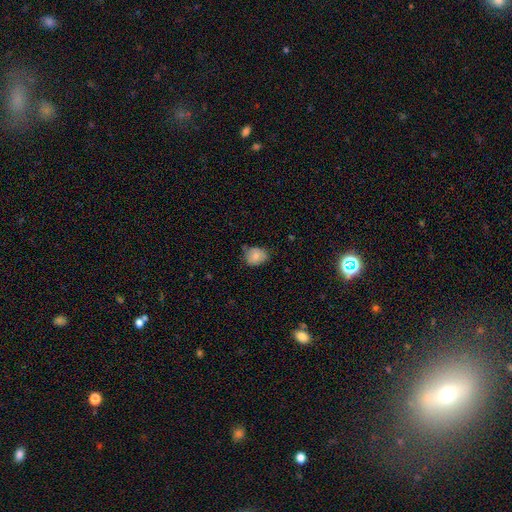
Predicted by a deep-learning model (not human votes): The model was most divided on "how rounded": round: 53%, in between: 46%, cigar-shaped: 1%. More confident: smooth or featured — smooth (79%); merging — none (60%).